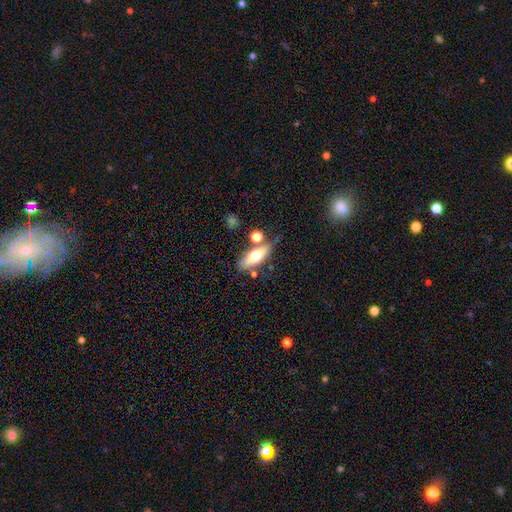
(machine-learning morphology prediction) smooth-or-featured: smooth: 56% | featured or disk: 37% | star or artifact: 8%
  how-rounded: in between: 66% | cigar-shaped: 29% | round: 5%
  merging: none: 66% | minor disturbance: 16% | merger: 12% | major disturbance: 5%